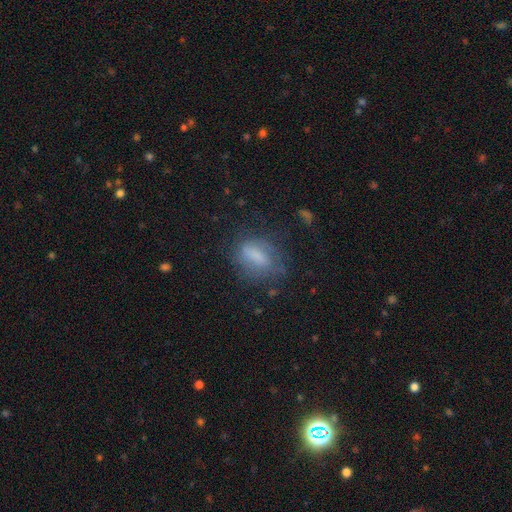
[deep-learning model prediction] A smooth galaxy with no disk features (64%) that is in between round and cigar-shaped (73%). Merging: none (59%).